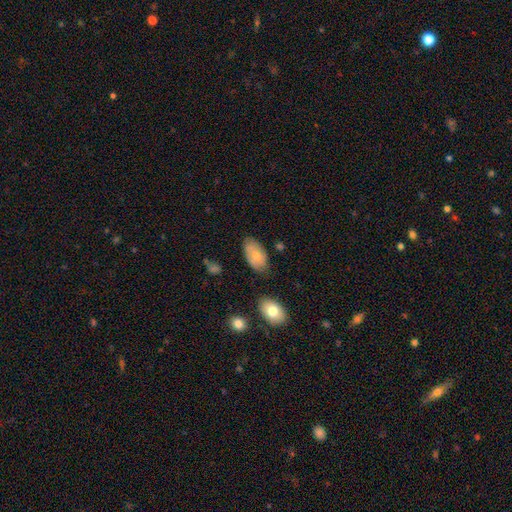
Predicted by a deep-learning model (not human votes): Q: Smooth or featured?
A: smooth (73%); runner-up: featured or disk (20%)
Q: How rounded?
A: in between (94%); runner-up: round (4%)
Q: Merging?
A: none (70%); runner-up: minor disturbance (22%)